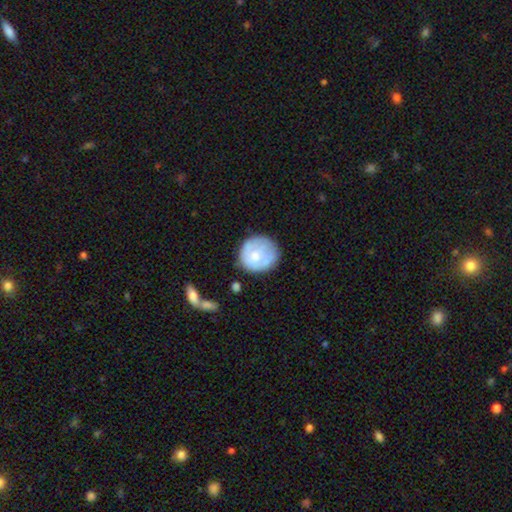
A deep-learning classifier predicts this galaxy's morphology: smooth 59%, featured or disk 34%, star or artifact 6%. Down the decision tree: how rounded — round (90%); merging — none (69%).